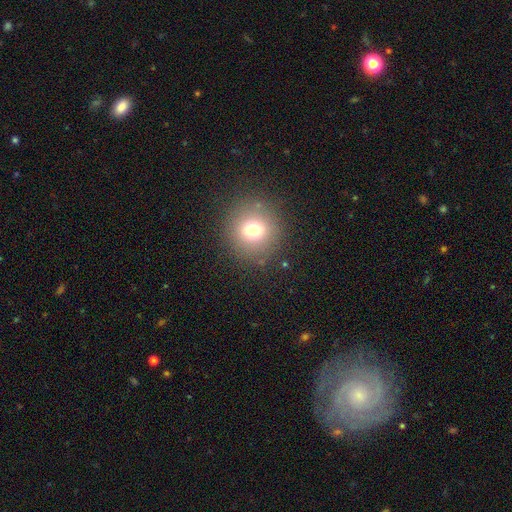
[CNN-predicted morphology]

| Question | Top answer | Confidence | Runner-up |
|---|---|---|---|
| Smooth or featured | smooth | 72% | star or artifact (17%) |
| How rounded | round | 91% | in between (8%) |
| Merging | none | 89% | minor disturbance (7%) |